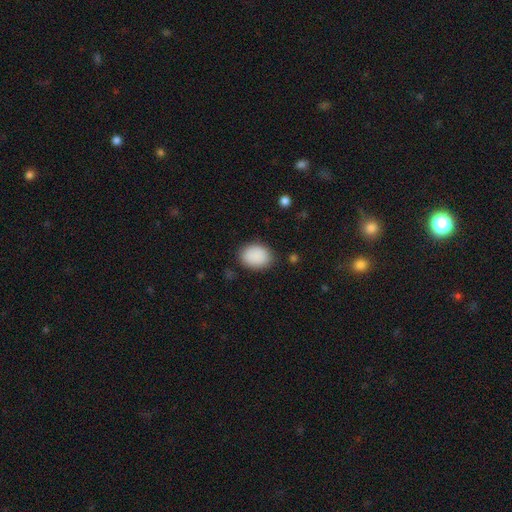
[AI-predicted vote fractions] Overall: smooth (89%). How rounded: in between (64%; round 35%). Merging: none (84%).